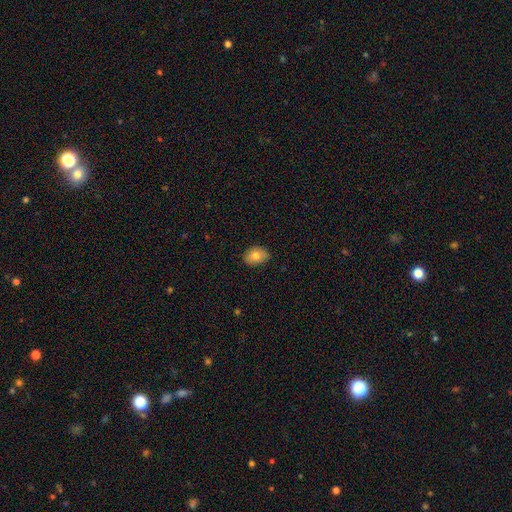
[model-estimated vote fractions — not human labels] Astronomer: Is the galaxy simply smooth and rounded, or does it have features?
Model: smooth — 81%.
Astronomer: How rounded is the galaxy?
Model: in between — 74%.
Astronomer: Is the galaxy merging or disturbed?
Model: none — 82%.